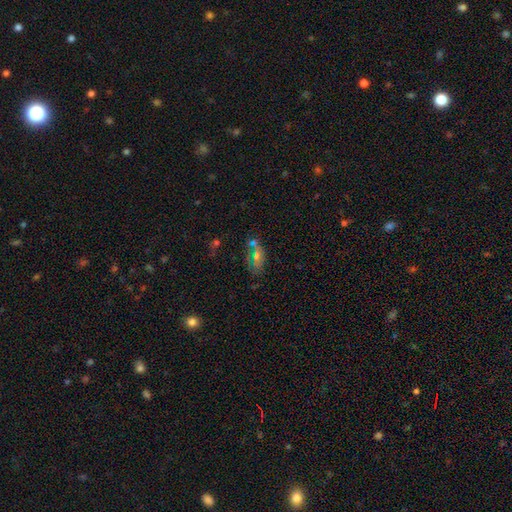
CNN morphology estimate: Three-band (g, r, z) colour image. It shows a featured or disk galaxy (38%, tied with smooth). Merging: none (54%).